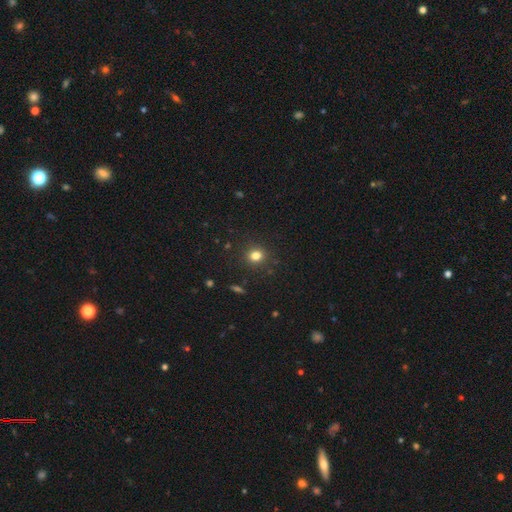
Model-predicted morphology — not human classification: Smooth or featured?
  - smooth: 80% *
  - star or artifact: 14%
  - featured or disk: 6%
How rounded?
  - round: 82% *
  - in between: 17%
  - cigar-shaped: 1%
Merging?
  - none: 89% *
  - minor disturbance: 7%
  - major disturbance: 2%
  - merger: 1%